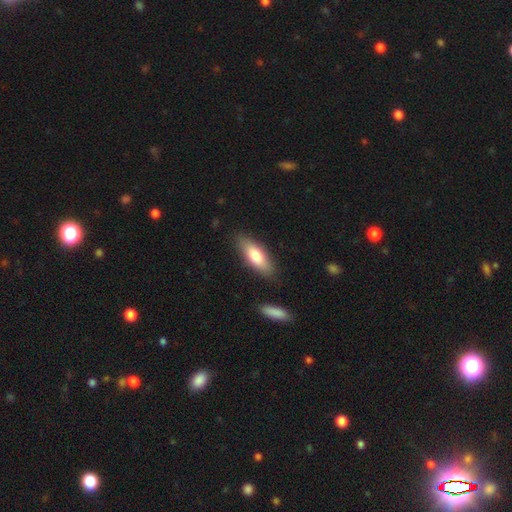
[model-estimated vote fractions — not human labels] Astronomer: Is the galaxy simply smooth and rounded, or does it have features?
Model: smooth — 75%.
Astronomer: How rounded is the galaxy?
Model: in between — 65%.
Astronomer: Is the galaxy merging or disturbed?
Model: none — 84%.